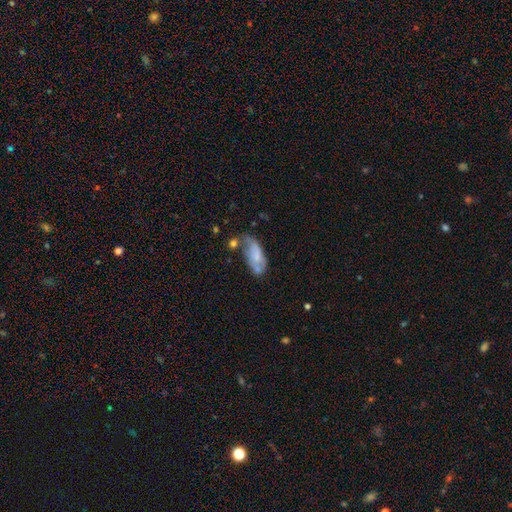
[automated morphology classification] smooth-or-featured: smooth: 51% | featured or disk: 41% | star or artifact: 8%
  how-rounded: in between: 86% | cigar-shaped: 11% | round: 3%
  merging: none: 35% | minor disturbance: 28% | major disturbance: 19% | merger: 18%